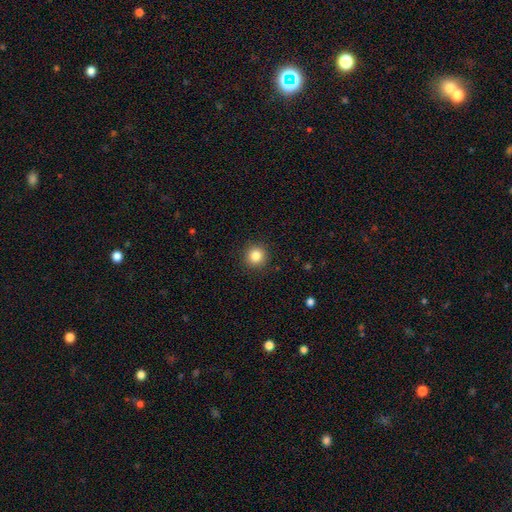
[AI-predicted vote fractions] smooth 84%, star or artifact 11%, featured or disk 5%. Down the decision tree: how rounded — round (94%); merging — none (92%).